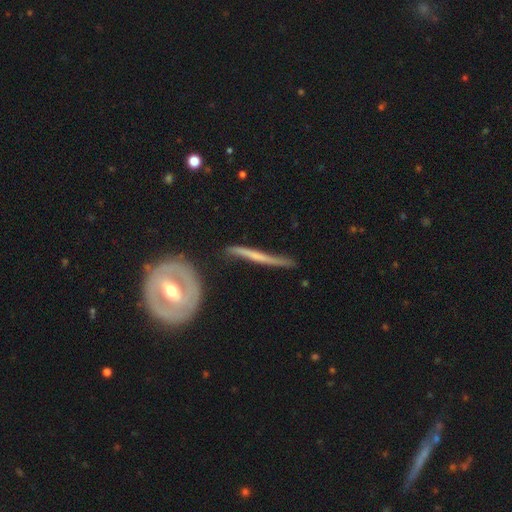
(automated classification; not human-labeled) Overall: featured or disk (65%; smooth 29%). Edge-on disk: yes (86%). Edge-on bulge: none (68%). Merging: none (75%).